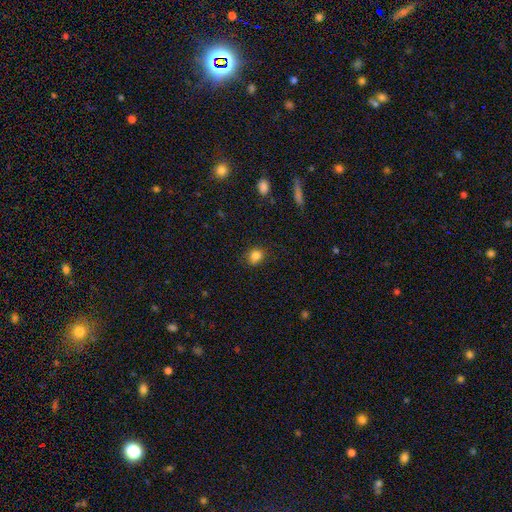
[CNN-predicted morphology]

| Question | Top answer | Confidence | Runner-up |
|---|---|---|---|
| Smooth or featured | smooth | 84% | star or artifact (11%) |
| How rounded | round | 73% | in between (26%) |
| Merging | none | 81% | minor disturbance (15%) |